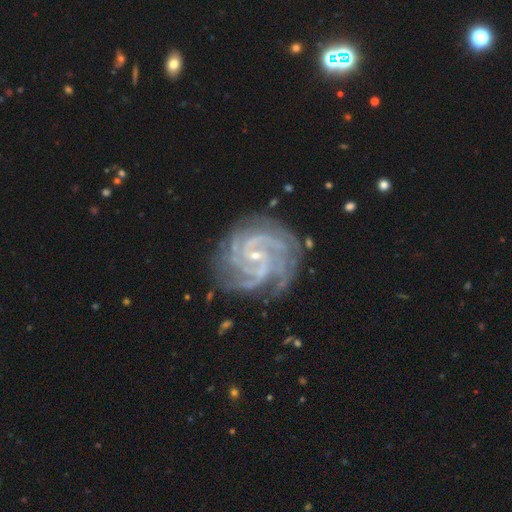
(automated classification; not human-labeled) Q: Smooth or featured?
A: featured or disk (93%); runner-up: star or artifact (5%)
Q: Edge-on disk?
A: no (98%); runner-up: yes (2%)
Q: Bar?
A: no (48%); runner-up: weak (36%)
Q: Spiral arms?
A: yes (99%); runner-up: no (1%)
Q: Spiral winding?
A: tight (68%); runner-up: medium (29%)
Q: Spiral arm count?
A: 3 (28%); runner-up: 4 (26%)
Q: Bulge size?
A: small (84%); runner-up: moderate (12%)
Q: Merging?
A: none (78%); runner-up: minor disturbance (15%)